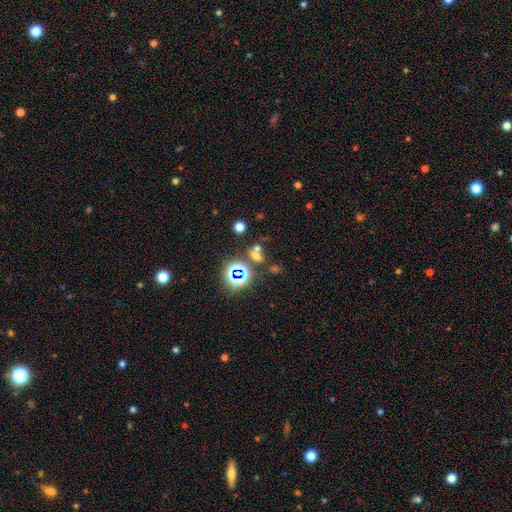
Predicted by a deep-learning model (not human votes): Smooth or featured: smooth — 46% (star or artifact — 43%)
Merging: none — 59% (merger — 26%)